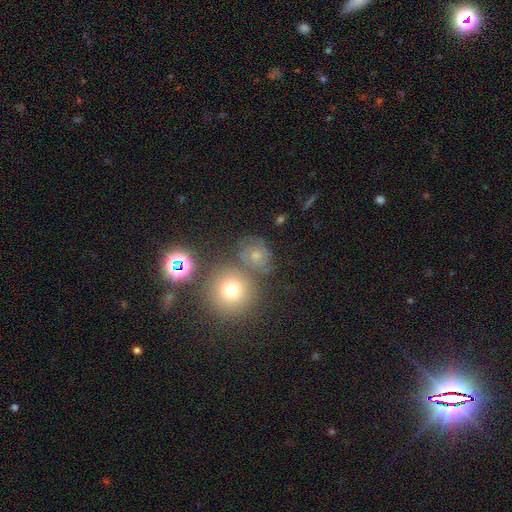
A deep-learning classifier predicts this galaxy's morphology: Smooth or featured: featured or disk — 46% (smooth — 35%)
Merging: none — 62% (minor disturbance — 16%)